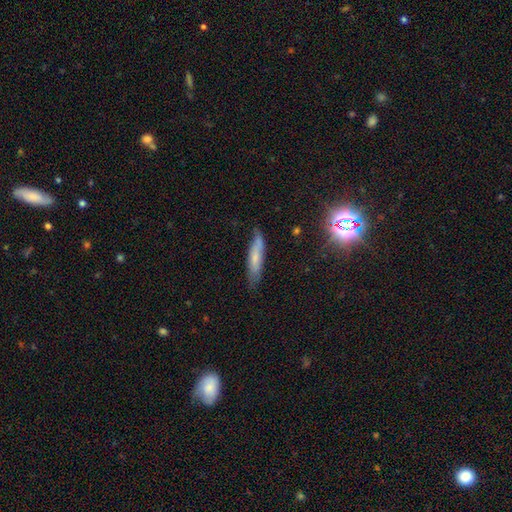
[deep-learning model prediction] The model was most divided on "smooth or featured": smooth: 56%, featured or disk: 31%, star or artifact: 12%. More confident: how rounded — cigar-shaped (79%); merging — none (72%).